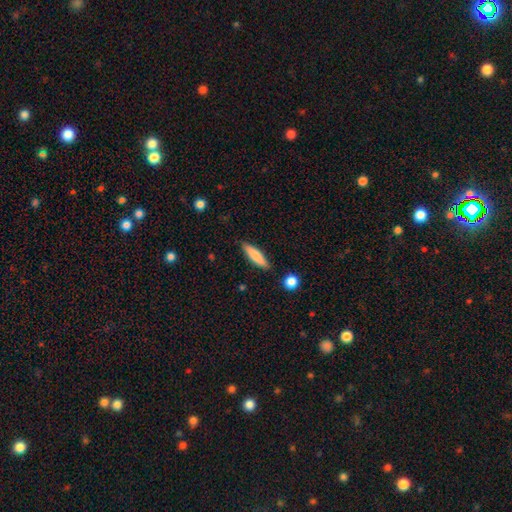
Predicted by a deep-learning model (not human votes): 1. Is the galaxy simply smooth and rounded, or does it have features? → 77% smooth, 17% featured or disk, 6% star or artifact.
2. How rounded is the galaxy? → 74% cigar-shaped, 24% in between, 2% round.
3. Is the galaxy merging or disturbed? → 86% none, 10% minor disturbance, 2% major disturbance, 2% merger.